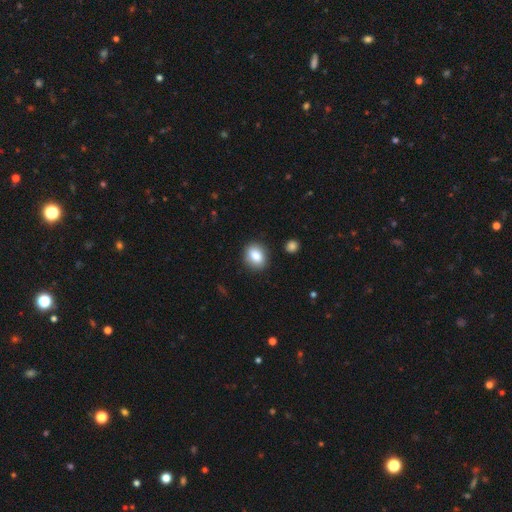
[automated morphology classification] This is clearly a smooth galaxy (85%). How rounded: possibly in between (55%). Merging: clearly none (87%).